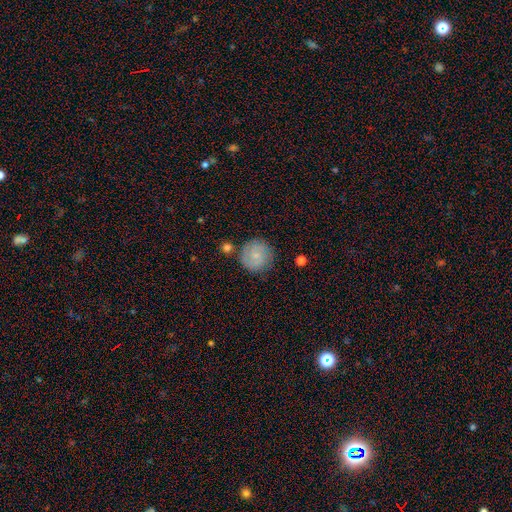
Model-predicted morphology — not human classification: type=smooth (52%); roundness=round (92%); merging=none (80%).